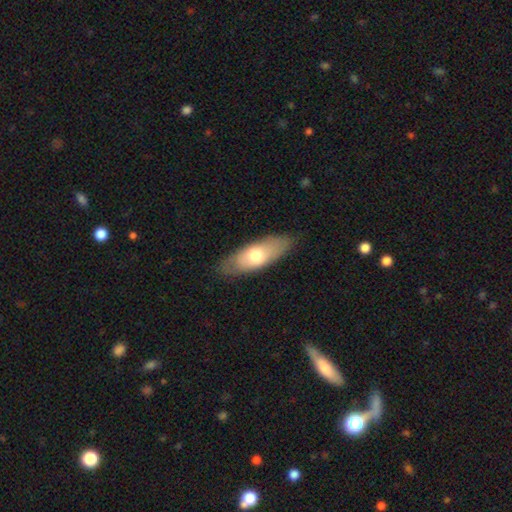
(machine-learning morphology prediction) This is likely a smooth galaxy (64%). How rounded: likely in between (74%). Merging: clearly none (83%).